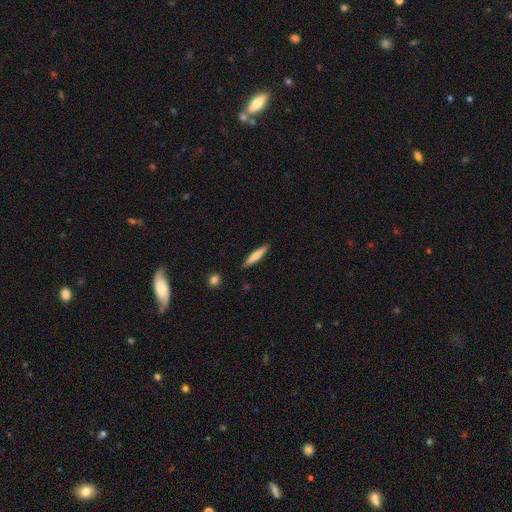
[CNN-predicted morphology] Q: Smooth or featured?
A: smooth (71%); runner-up: featured or disk (24%)
Q: How rounded?
A: cigar-shaped (88%); runner-up: in between (10%)
Q: Merging?
A: none (90%); runner-up: minor disturbance (8%)